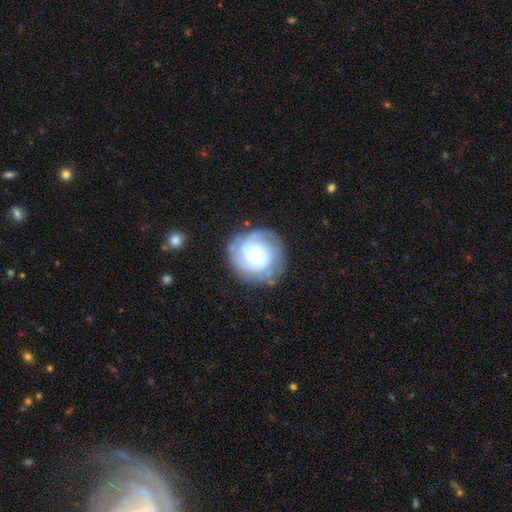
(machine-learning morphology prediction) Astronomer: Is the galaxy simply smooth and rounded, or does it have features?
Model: featured or disk — 75%.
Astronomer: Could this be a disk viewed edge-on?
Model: no — 98%.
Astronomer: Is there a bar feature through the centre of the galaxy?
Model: no — 76%.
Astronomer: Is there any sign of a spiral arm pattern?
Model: yes — 93%.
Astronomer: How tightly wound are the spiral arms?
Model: tight — 71%.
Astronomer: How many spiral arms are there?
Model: can't tell — 34% (runner-up: 3, 23%).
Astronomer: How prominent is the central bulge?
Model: small — 45% (runner-up: moderate, 38%).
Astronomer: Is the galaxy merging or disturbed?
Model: none — 77%.